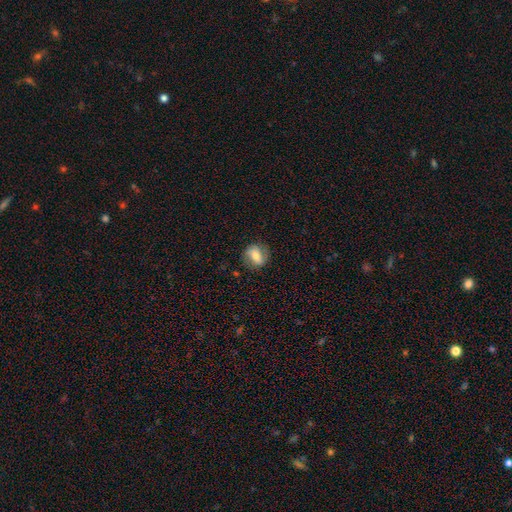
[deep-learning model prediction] Overall: smooth (52%; featured or disk 40%). How rounded: round (52%; in between 45%). Merging: none (79%).